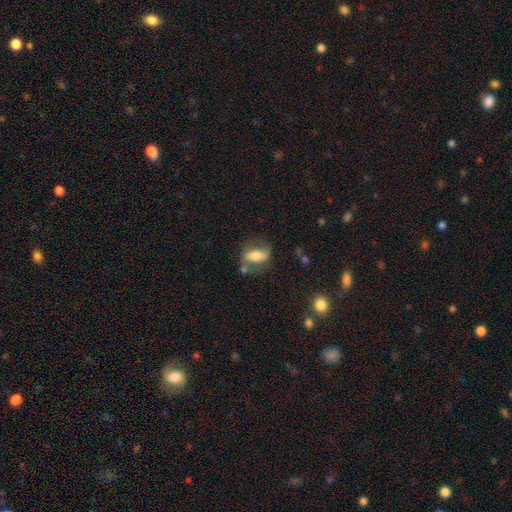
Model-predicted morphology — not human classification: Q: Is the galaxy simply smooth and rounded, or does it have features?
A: featured or disk — 57%.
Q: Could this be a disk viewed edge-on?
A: no — 81%.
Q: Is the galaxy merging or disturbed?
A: none — 60%.